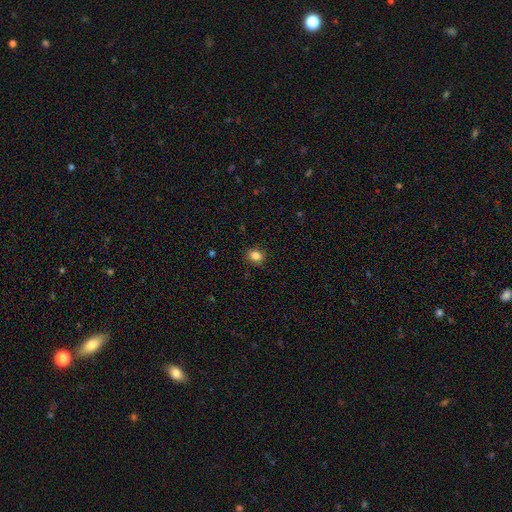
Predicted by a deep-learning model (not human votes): Smooth or featured?
  - smooth: 84% *
  - star or artifact: 11%
  - featured or disk: 5%
How rounded?
  - in between: 51% *
  - round: 48%
  - cigar-shaped: 1%
Merging?
  - none: 87% *
  - minor disturbance: 10%
  - major disturbance: 2%
  - merger: 1%